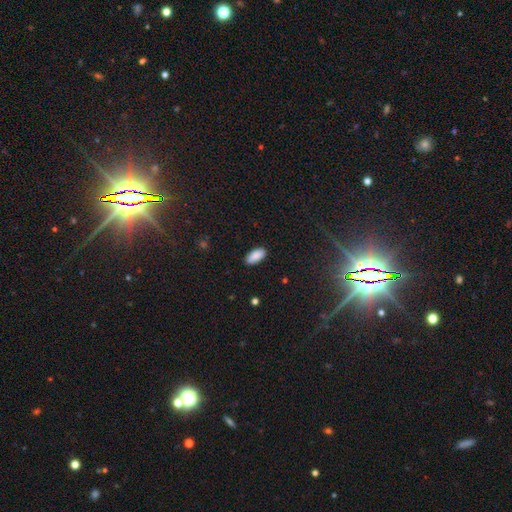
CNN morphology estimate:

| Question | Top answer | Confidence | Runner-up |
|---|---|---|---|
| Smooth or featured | smooth | 90% | star or artifact (7%) |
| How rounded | in between | 91% | cigar-shaped (7%) |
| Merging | none | 88% | minor disturbance (9%) |